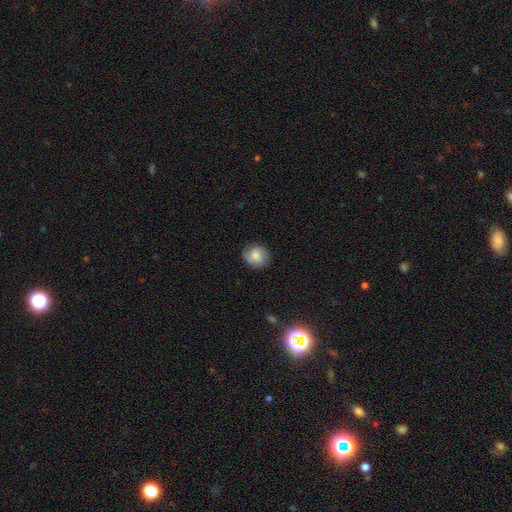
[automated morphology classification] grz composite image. It shows a smooth galaxy with no disk features (71%) that is round (80%). Merging: none (81%).